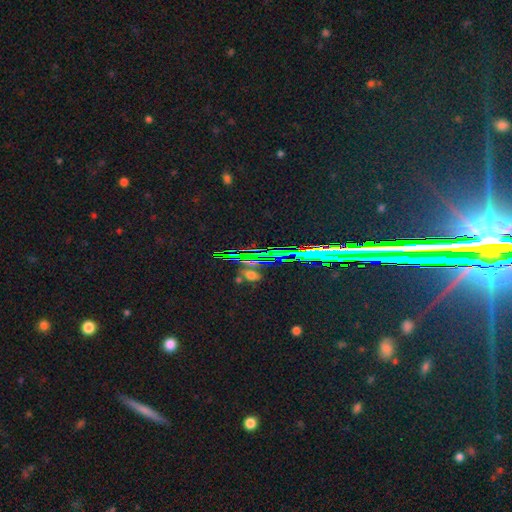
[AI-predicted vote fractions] Smooth or featured? star or artifact (68%)